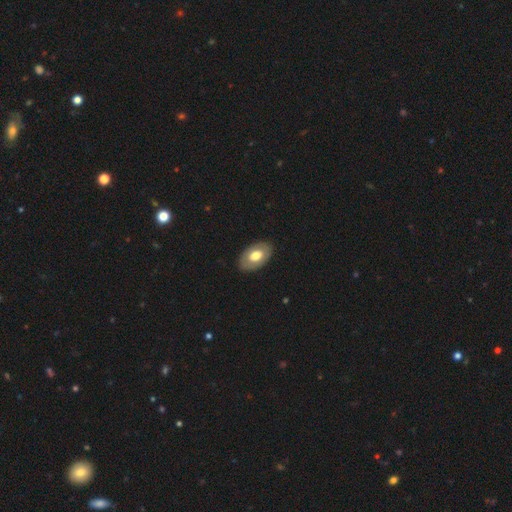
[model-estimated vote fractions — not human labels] Smooth or featured? smooth (62%)
How rounded? in between (91%)
Merging? none (87%)